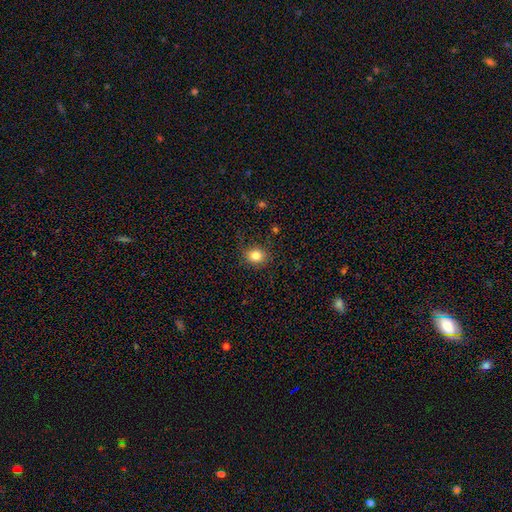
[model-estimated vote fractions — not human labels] smooth-or-featured: smooth: 83% | star or artifact: 11% | featured or disk: 6%
  how-rounded: round: 70% | in between: 29% | cigar-shaped: 1%
  merging: none: 85% | minor disturbance: 11% | major disturbance: 3% | merger: 1%